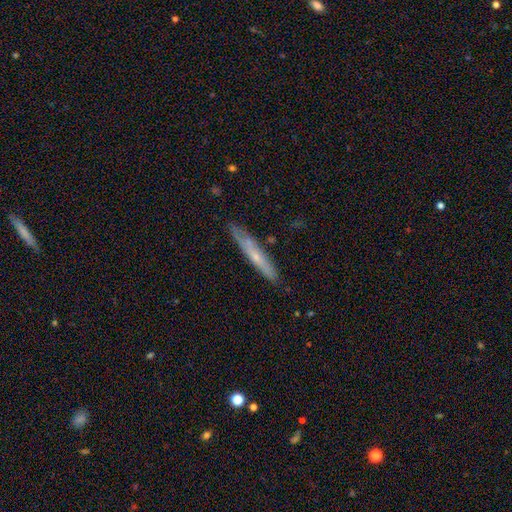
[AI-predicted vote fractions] This appears to be a smooth galaxy with no disk features (47%). Merging: none (80%).